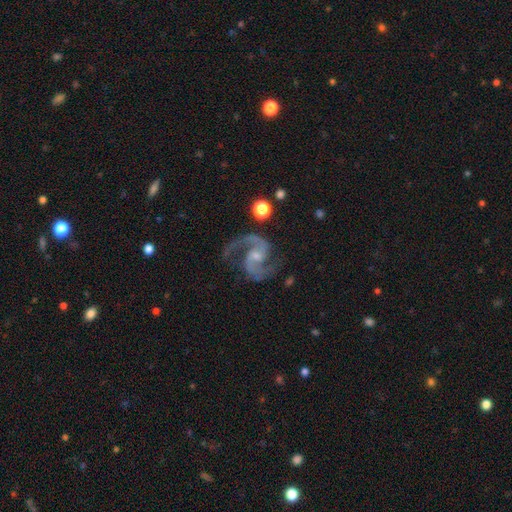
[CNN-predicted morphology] The model was most divided on "bar": no: 44%, weak: 42%, strong: 14%. More confident: spiral arms — yes (98%); edge-on disk — no (98%); spiral arm count — 2 (94%); smooth or featured — featured or disk (93%); merging — none (77%); spiral winding — medium (65%); bulge size — small (62%).